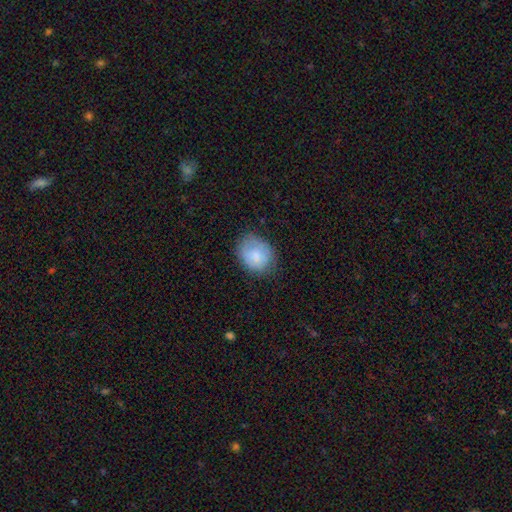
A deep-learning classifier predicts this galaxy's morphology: A smooth galaxy with no disk features (77%) that is round (50%). Merging: none (67%).